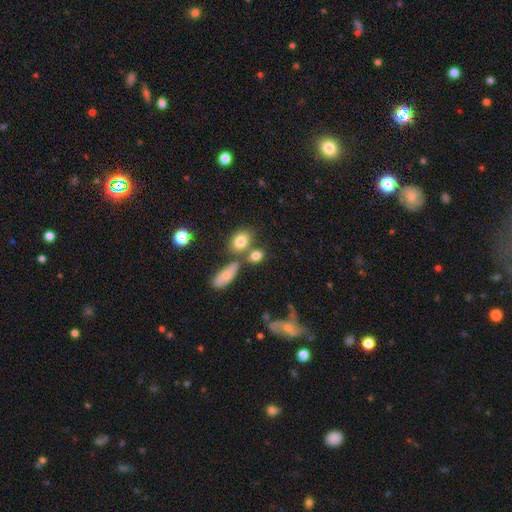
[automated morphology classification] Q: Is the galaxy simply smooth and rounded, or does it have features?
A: smooth — 78%.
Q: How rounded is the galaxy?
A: in between — 62%.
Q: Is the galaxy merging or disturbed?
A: none — 51%.